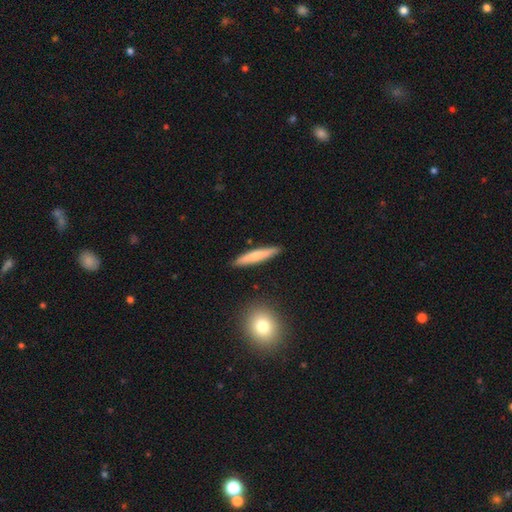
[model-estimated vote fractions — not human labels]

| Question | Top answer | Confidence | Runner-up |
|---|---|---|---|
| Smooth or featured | smooth | 66% | featured or disk (28%) |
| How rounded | cigar-shaped | 91% | in between (8%) |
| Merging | none | 90% | minor disturbance (7%) |